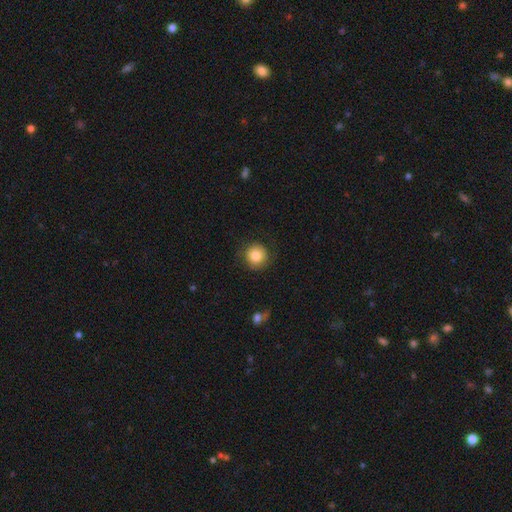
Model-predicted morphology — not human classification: Smooth or featured? smooth (81%)
How rounded? round (93%)
Merging? none (81%)